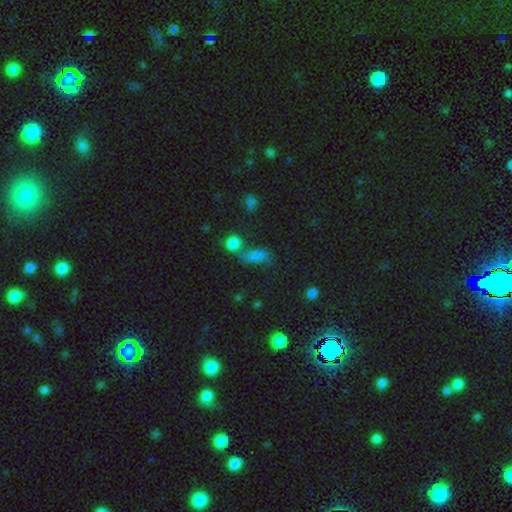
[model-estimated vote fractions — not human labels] Smooth or featured: smooth — 61% (star or artifact — 20%)
How rounded: in between — 71% (round — 17%)
Merging: none — 38% (merger — 35%)